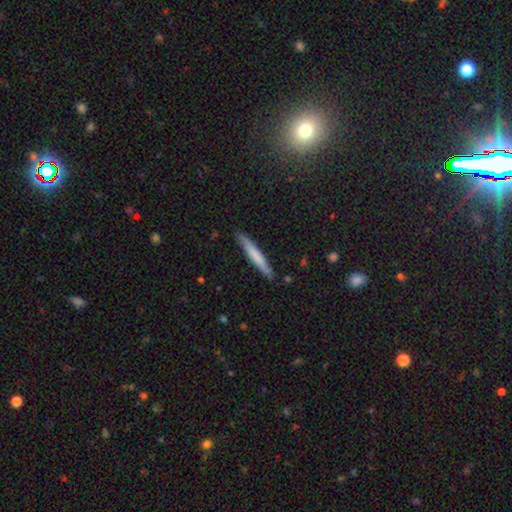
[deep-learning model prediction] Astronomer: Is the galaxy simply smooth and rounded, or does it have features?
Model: smooth — 66%.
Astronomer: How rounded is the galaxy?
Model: cigar-shaped — 96%.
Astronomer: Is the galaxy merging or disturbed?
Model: none — 88%.